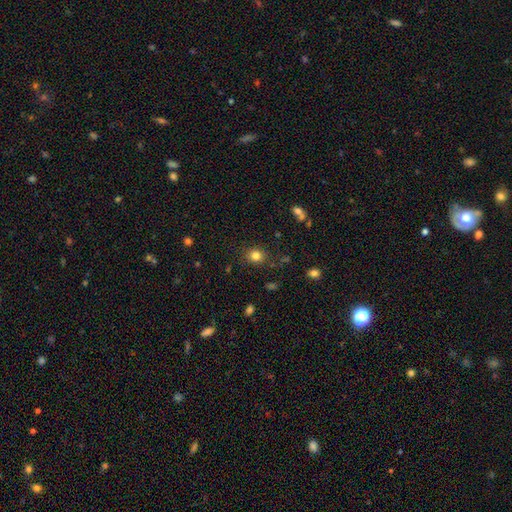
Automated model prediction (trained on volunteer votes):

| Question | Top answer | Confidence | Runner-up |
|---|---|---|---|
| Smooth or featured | smooth | 82% | star or artifact (12%) |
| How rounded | round | 76% | in between (23%) |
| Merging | none | 86% | minor disturbance (9%) |